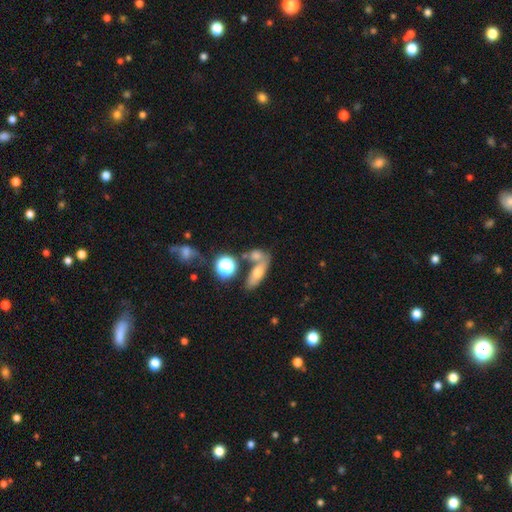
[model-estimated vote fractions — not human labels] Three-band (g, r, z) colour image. It shows a smooth galaxy with no disk features (44%). Merging: none (48%).